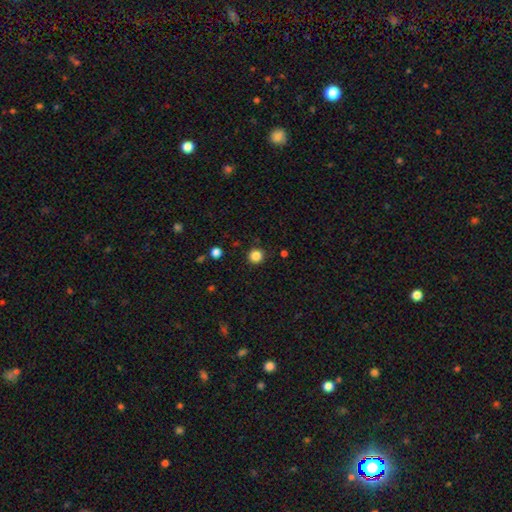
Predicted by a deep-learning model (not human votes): Smooth or featured? Predicted: smooth (p=0.85). How rounded? Predicted: round (p=0.94). Merging? Predicted: none (p=0.90).